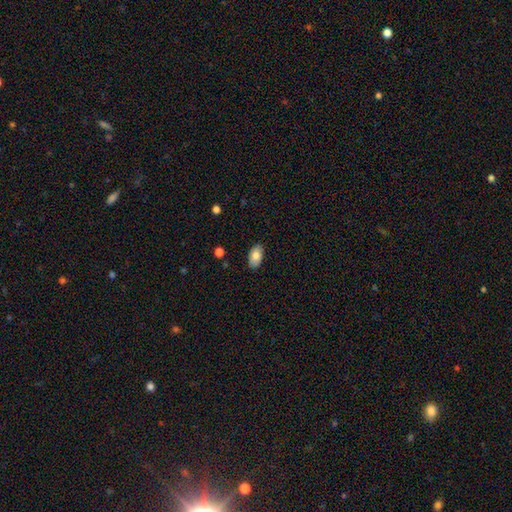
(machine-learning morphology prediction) smooth-or-featured: smooth: 80% | featured or disk: 13% | star or artifact: 7%
  how-rounded: in between: 93% | round: 5% | cigar-shaped: 2%
  merging: none: 87% | minor disturbance: 10% | major disturbance: 2% | merger: 1%